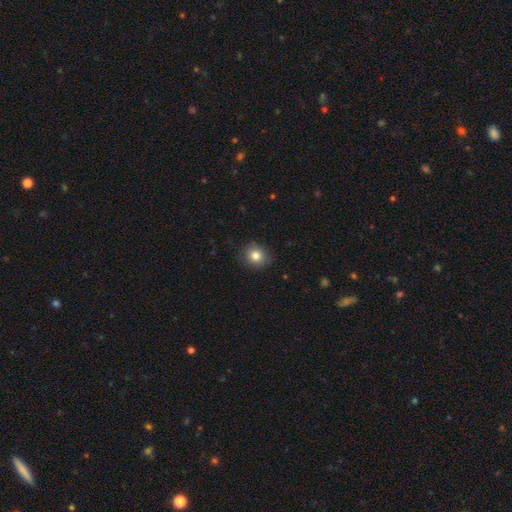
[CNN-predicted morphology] Smooth or featured: smooth — 82% (star or artifact — 10%)
How rounded: round — 83% (in between — 16%)
Merging: none — 85% (minor disturbance — 12%)